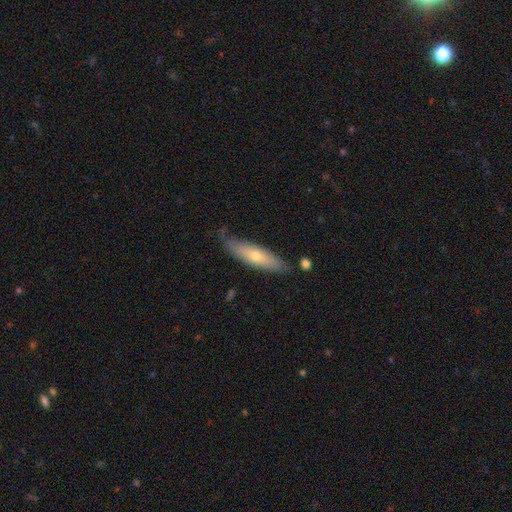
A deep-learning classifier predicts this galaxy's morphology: This is possibly a smooth galaxy (56%). How rounded: likely cigar-shaped (67%). Merging: likely none (71%).